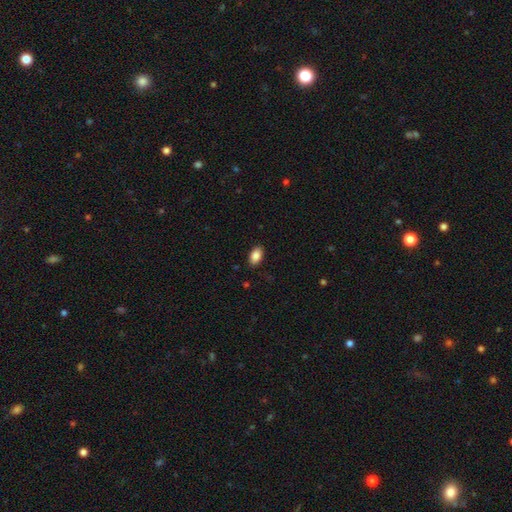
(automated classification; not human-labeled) Morphology: type=smooth (87%); roundness=in between (93%); merging=none (88%).